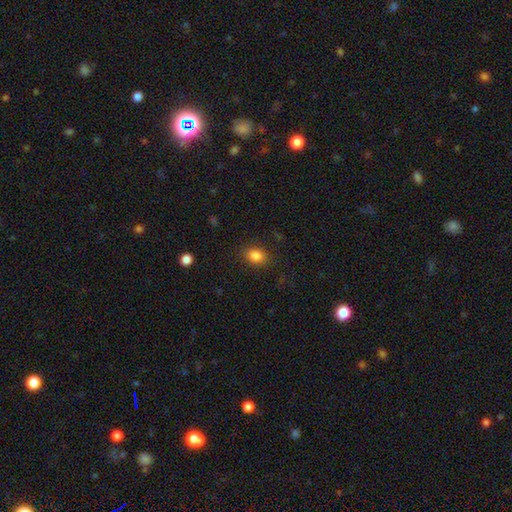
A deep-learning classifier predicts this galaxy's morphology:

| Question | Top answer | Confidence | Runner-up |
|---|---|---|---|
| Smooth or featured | smooth | 85% | star or artifact (11%) |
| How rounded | in between | 61% | round (38%) |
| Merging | none | 85% | minor disturbance (10%) |